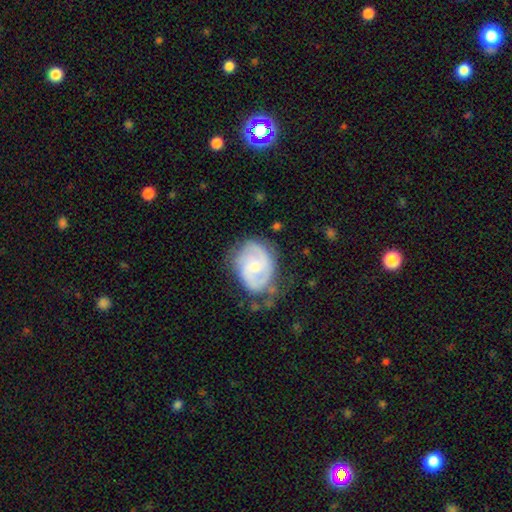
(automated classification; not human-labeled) Smooth or featured? Predicted: featured or disk (p=0.78). Edge-on disk? Predicted: no (p=0.97). Bar? Predicted: no (p=0.51). Spiral arms? Predicted: yes (p=0.92). Spiral winding? Predicted: medium (p=0.43). Spiral arm count? Predicted: 2 (p=0.71). Bulge size? Predicted: small (p=0.50). Merging? Predicted: none (p=0.62).